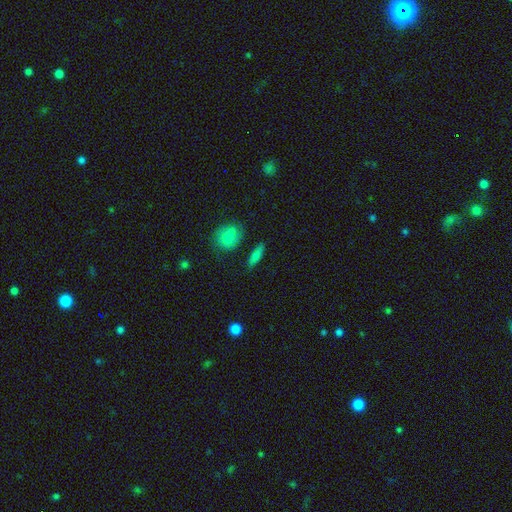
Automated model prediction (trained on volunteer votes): Smooth or featured: smooth — 73% (featured or disk — 18%)
How rounded: cigar-shaped — 56% (in between — 38%)
Merging: none — 81% (minor disturbance — 11%)